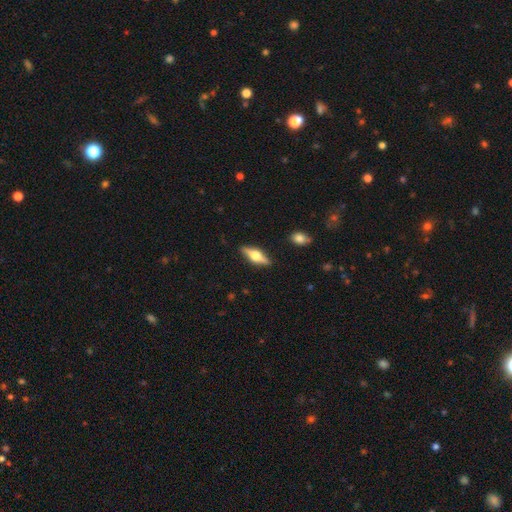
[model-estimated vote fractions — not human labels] smooth-or-featured: featured or disk: 59% | smooth: 35% | star or artifact: 6%
  disk-edge-on: yes: 94% | no: 6%
    edge-on-bulge: rounded: 93% | boxy: 5% | none: 2%
  merging: none: 88% | minor disturbance: 9% | major disturbance: 2% | merger: 1%